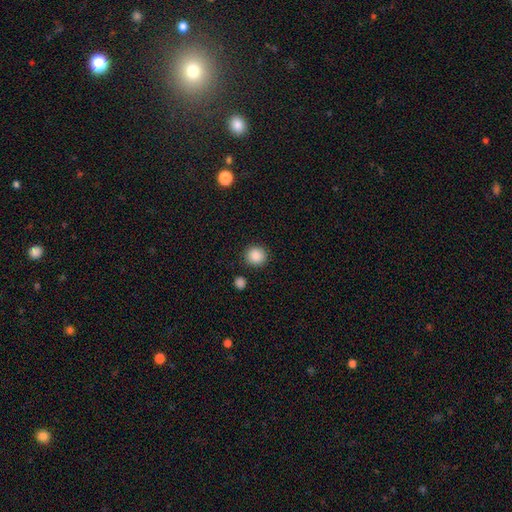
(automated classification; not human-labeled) This appears to be a smooth galaxy with no disk features (88%) that is round (91%). Merging: none (89%).